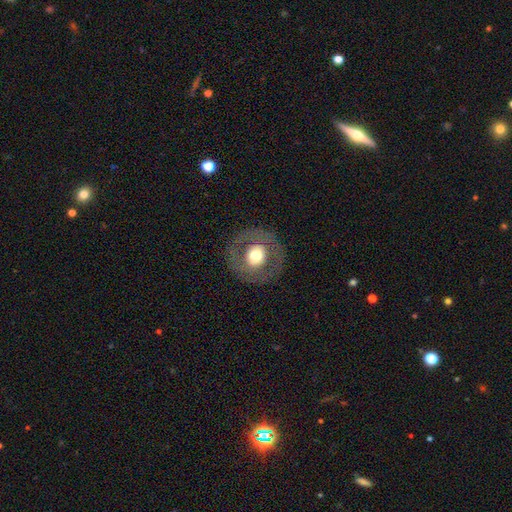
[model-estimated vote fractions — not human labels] smooth-or-featured: smooth: 52% | featured or disk: 40% | star or artifact: 8%
  how-rounded: round: 90% | in between: 9% | cigar-shaped: 1%
  merging: none: 84% | minor disturbance: 9% | major disturbance: 6% | merger: 1%